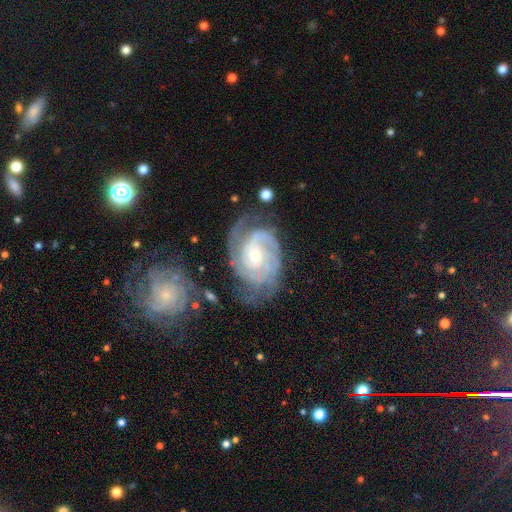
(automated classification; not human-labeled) Smooth or featured?
  - featured or disk: 90% *
  - smooth: 5%
  - star or artifact: 5%
Edge-on disk?
  - no: 97% *
  - yes: 3%
Bar?
  - no: 63% *
  - weak: 29%
  - strong: 8%
Spiral arms?
  - yes: 98% *
  - no: 2%
Spiral winding?
  - tight: 69% *
  - medium: 27%
  - loose: 5%
Spiral arm count?
  - 3: 32% *
  - 2: 28%
  - can't tell: 19%
  - 4: 11%
  - 1: 5%
  - more than 4: 5%
Bulge size?
  - small: 51% *
  - moderate: 45%
  - large: 3%
  - none: 1%
  - dominant: 1%
Merging?
  - none: 61% *
  - minor disturbance: 21%
  - major disturbance: 11%
  - merger: 7%